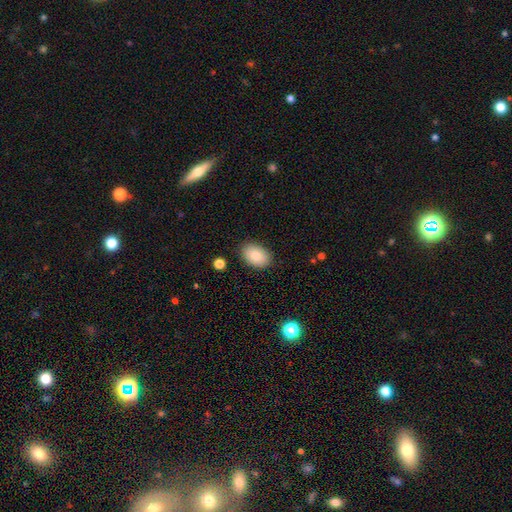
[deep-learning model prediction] The model was most divided on "merging": none: 87%, minor disturbance: 10%, major disturbance: 2%, merger: 1%. More confident: how rounded — in between (88%); smooth or featured — smooth (85%).